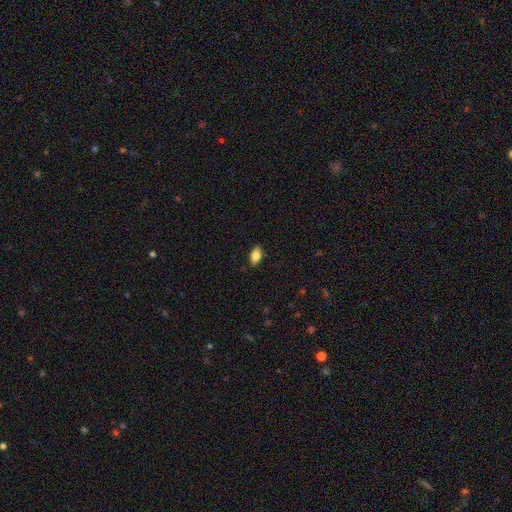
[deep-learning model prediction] A smooth galaxy with no disk features (83%) that is in between round and cigar-shaped (90%).

Vote fractions:
- Smooth or featured? smooth: 83% / featured or disk: 9% / star or artifact: 8%
- How rounded? in between: 90% / round: 6% / cigar-shaped: 4%
- Merging? none: 87% / minor disturbance: 10% / major disturbance: 2% / merger: 1%